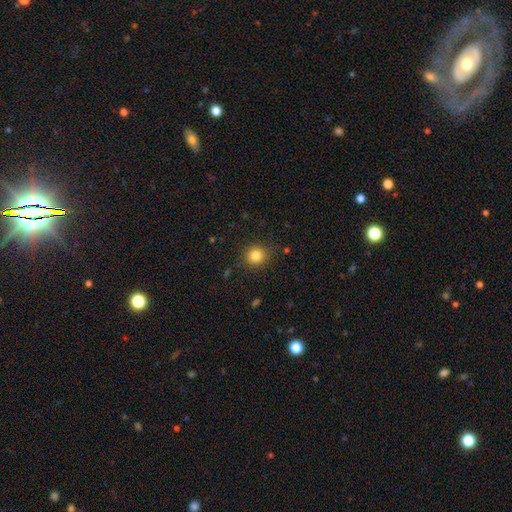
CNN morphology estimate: Smooth or featured? Predicted: smooth (p=0.83). How rounded? Predicted: round (p=0.89). Merging? Predicted: none (p=0.86).